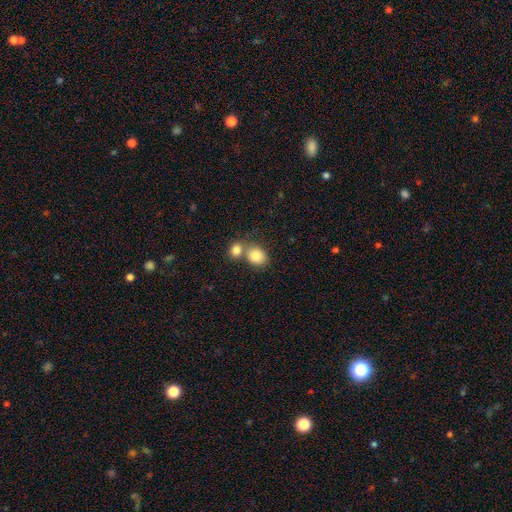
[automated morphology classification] smooth-or-featured: smooth: 83% | star or artifact: 9% | featured or disk: 8%
  how-rounded: round: 61% | in between: 38% | cigar-shaped: 1%
  merging: none: 45% | merger: 44% | minor disturbance: 8% | major disturbance: 3%